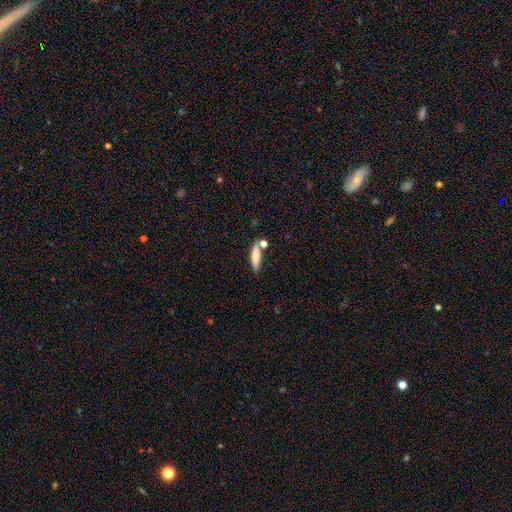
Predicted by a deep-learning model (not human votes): A smooth galaxy with no disk features (68%) that is cigar-shaped (68%). Merging: none (67%).